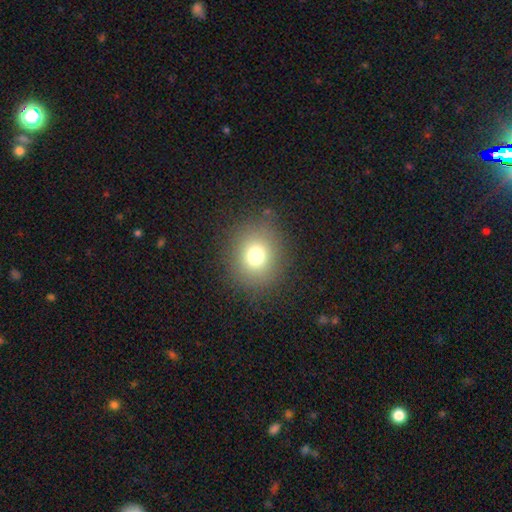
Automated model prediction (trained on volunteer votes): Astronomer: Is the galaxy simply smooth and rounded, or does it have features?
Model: smooth — 75%.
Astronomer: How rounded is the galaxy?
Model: round — 82%.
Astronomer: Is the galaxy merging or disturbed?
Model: none — 86%.